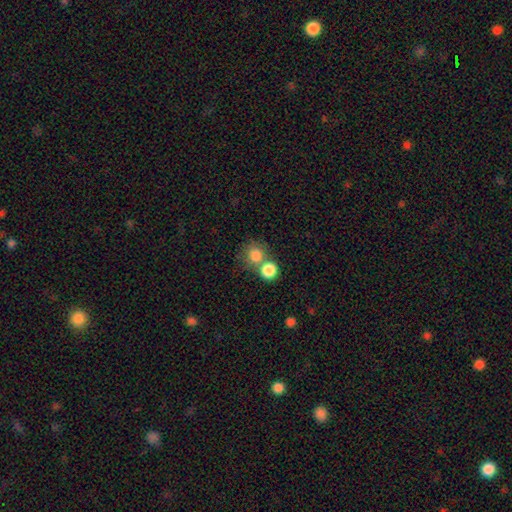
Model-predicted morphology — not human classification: This appears to be a smooth galaxy with no disk features (81%) that is round (87%). Merging: none (46%).